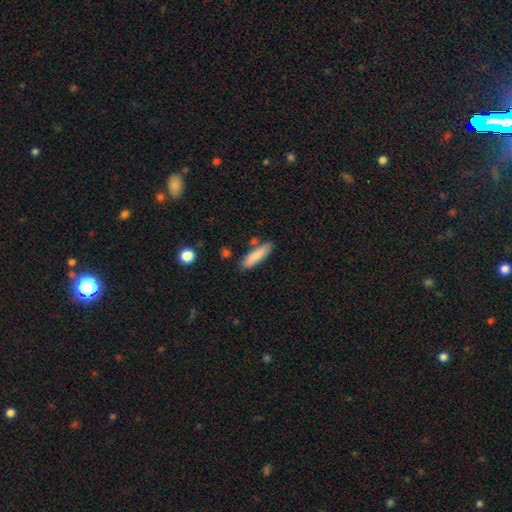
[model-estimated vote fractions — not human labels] Morphology: type=smooth (84%); roundness=cigar-shaped (67%); merging=none (80%).